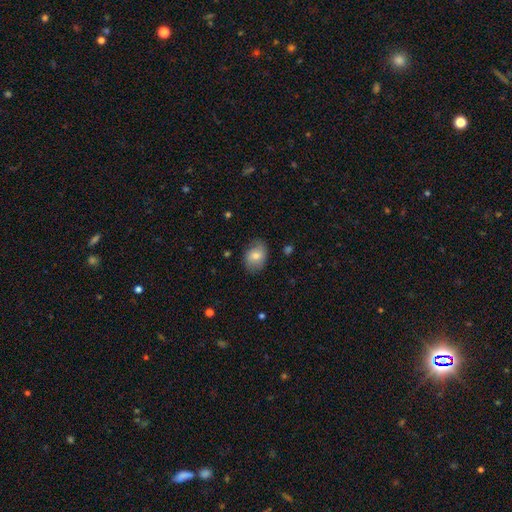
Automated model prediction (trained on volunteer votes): Morphology: type=smooth (73%); roundness=in between (69%); merging=none (73%).